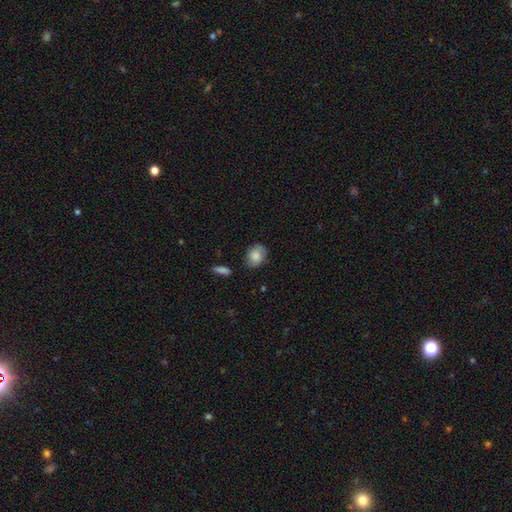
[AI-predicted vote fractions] Smooth or featured? smooth (75%)
How rounded? in between (73%)
Merging? none (73%)